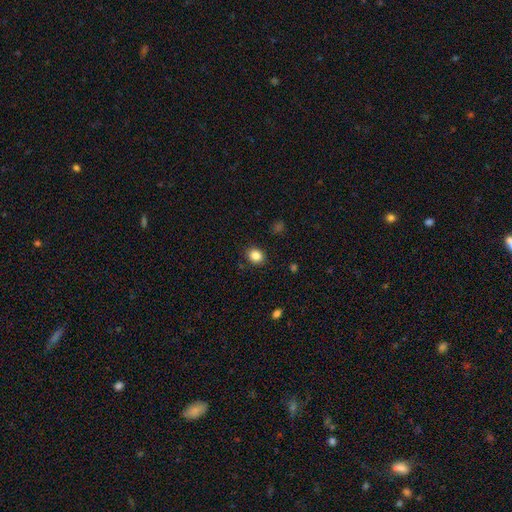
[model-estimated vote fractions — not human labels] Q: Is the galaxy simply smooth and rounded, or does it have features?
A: smooth — 84%.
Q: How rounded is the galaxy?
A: round — 64%.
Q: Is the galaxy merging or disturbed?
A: none — 89%.